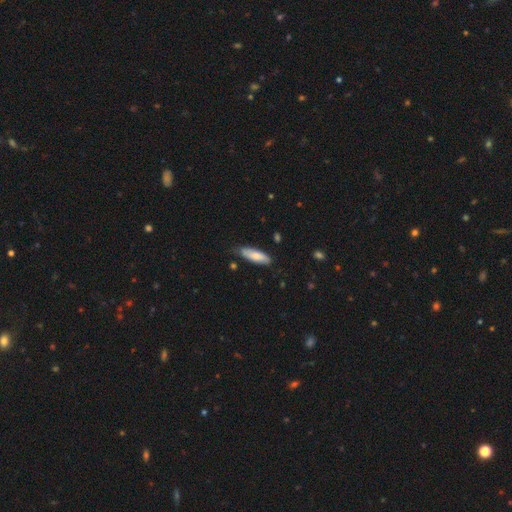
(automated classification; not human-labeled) smooth-or-featured: smooth: 76% | featured or disk: 18% | star or artifact: 6%
  how-rounded: in between: 53% | cigar-shaped: 46% | round: 2%
  merging: none: 72% | minor disturbance: 23% | major disturbance: 3% | merger: 2%